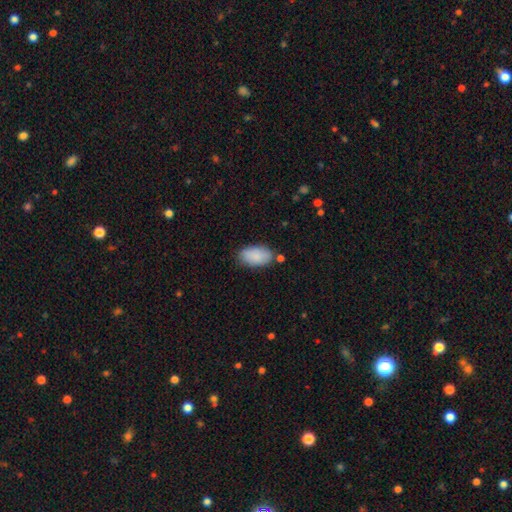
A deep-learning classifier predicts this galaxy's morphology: Smooth or featured? smooth (87%)
How rounded? in between (95%)
Merging? none (76%)